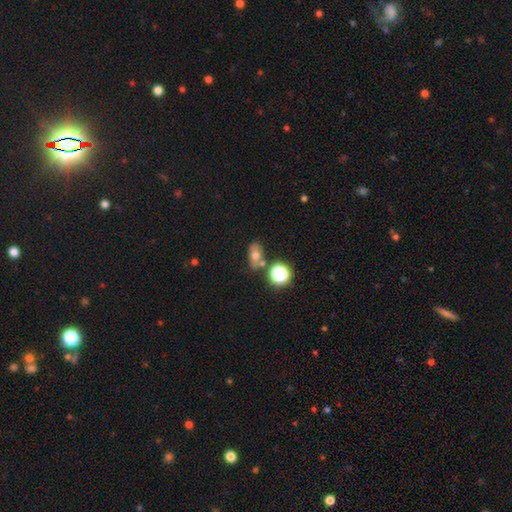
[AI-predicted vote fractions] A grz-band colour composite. It shows a smooth galaxy with no disk features (59%) that is in between round and cigar-shaped (75%). Merging: none (67%).